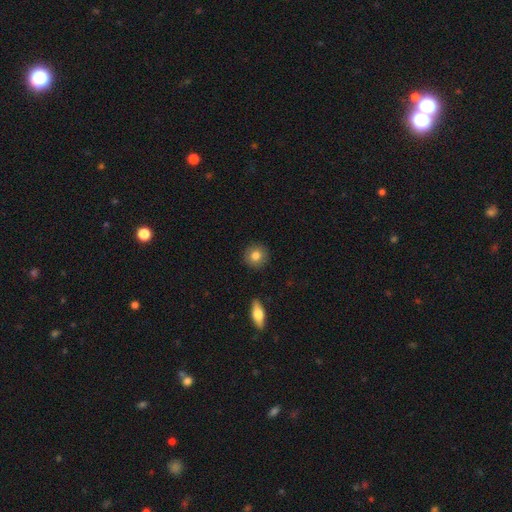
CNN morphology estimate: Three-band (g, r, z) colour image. It shows a smooth galaxy with no disk features (81%) that is round (91%). Merging: none (90%).